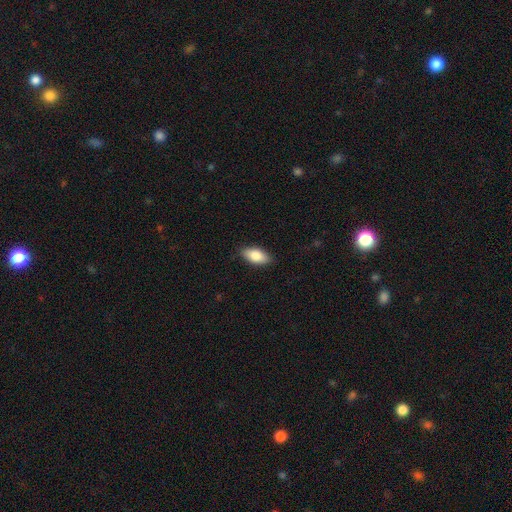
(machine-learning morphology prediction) Overall: smooth (83%). How rounded: in between (91%). Merging: none (87%).